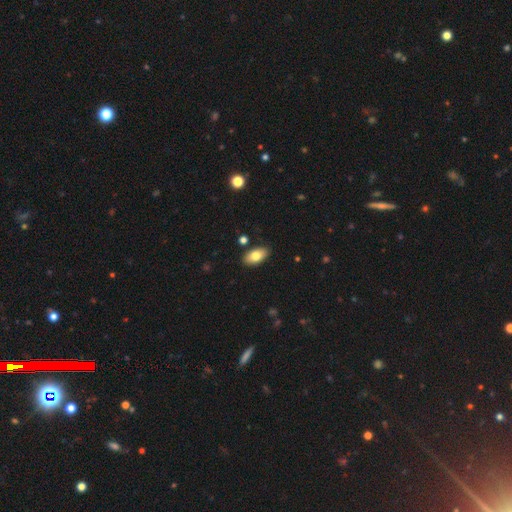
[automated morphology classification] type=smooth (79%); roundness=in between (93%); merging=none (87%).